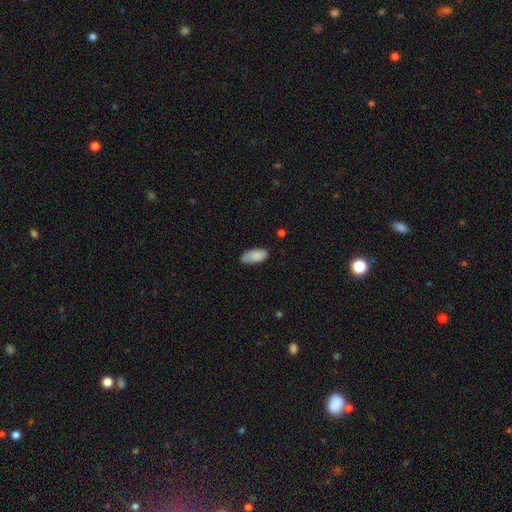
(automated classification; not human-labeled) smooth-or-featured: smooth: 84% | featured or disk: 10% | star or artifact: 6%
  how-rounded: in between: 91% | cigar-shaped: 7% | round: 2%
  merging: none: 72% | minor disturbance: 23% | major disturbance: 4% | merger: 2%